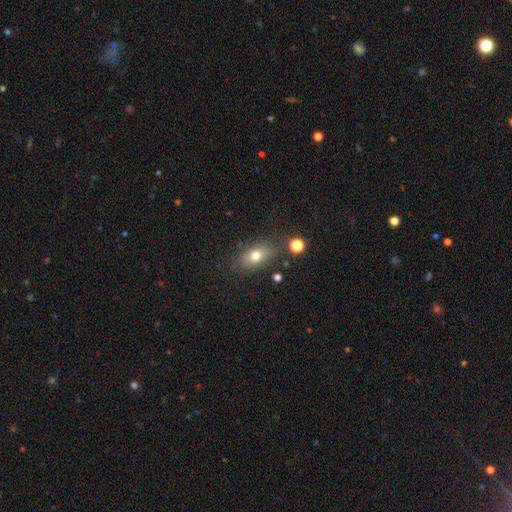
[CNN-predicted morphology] Smooth or featured? smooth (75%)
How rounded? in between (81%)
Merging? none (77%)